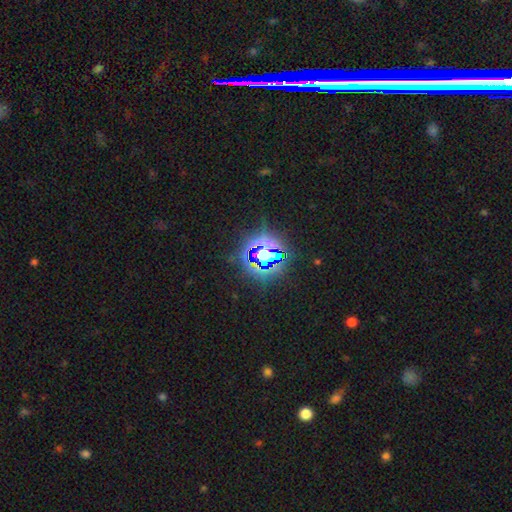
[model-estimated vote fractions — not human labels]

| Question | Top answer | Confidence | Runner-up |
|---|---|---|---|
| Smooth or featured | star or artifact | 82% | smooth (11%) |